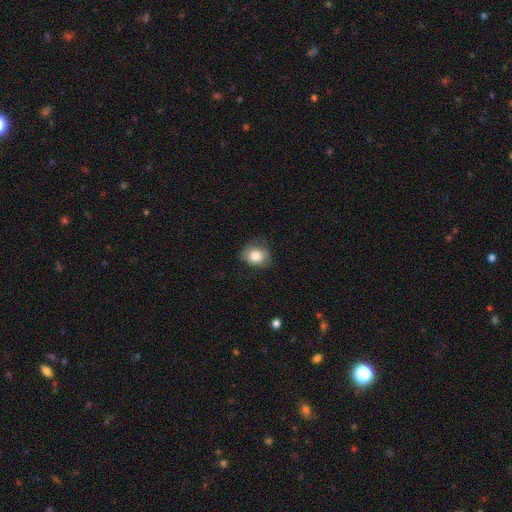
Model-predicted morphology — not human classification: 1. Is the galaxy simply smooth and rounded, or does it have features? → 82% smooth, 10% featured or disk, 9% star or artifact.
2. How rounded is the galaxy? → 63% round, 36% in between, 1% cigar-shaped.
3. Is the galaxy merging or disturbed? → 66% none, 24% minor disturbance, 8% major disturbance, 1% merger.